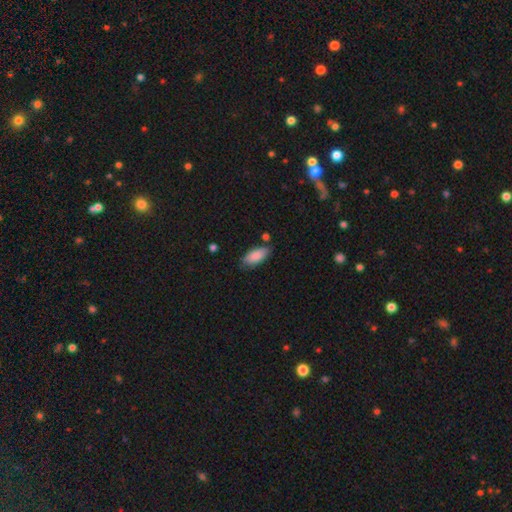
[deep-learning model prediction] A smooth galaxy with no disk features (87%) that is in between round and cigar-shaped (86%). Merging: none (77%).